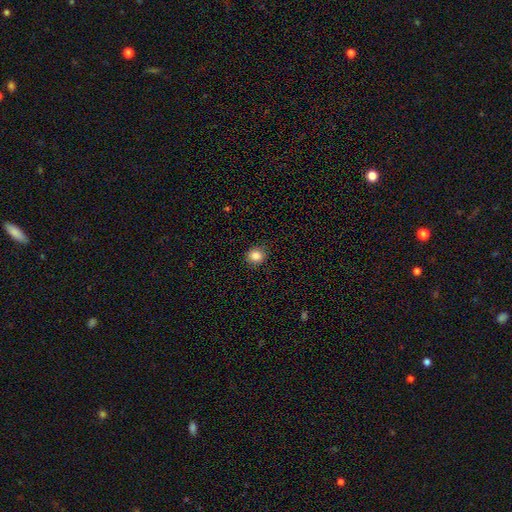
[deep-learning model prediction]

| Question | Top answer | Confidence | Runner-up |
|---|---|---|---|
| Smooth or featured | smooth | 85% | star or artifact (11%) |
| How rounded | round | 80% | in between (19%) |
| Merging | none | 88% | minor disturbance (9%) |